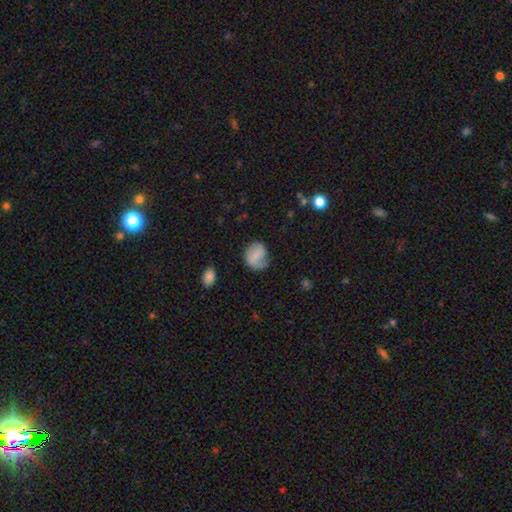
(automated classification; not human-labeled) The model was most divided on "smooth or featured": smooth: 59%, featured or disk: 33%, star or artifact: 8%. More confident: how rounded — round (68%); merging — none (57%).